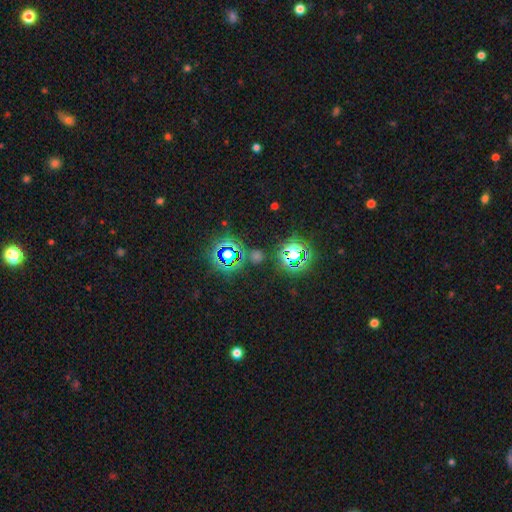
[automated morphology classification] Smooth or featured?
  - star or artifact: 77% *
  - smooth: 16%
  - featured or disk: 7%